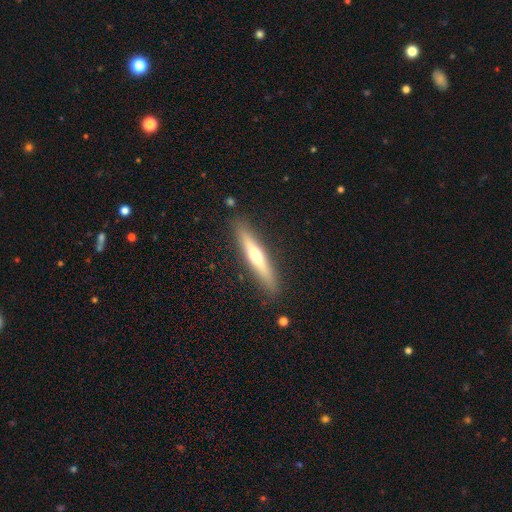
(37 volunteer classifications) Smooth or featured? 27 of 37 (73%) said featured or disk. Edge-on disk? 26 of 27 (96%) said yes. Edge-on bulge? 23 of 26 (88%) said rounded. Merging? 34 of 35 (97%) said none.